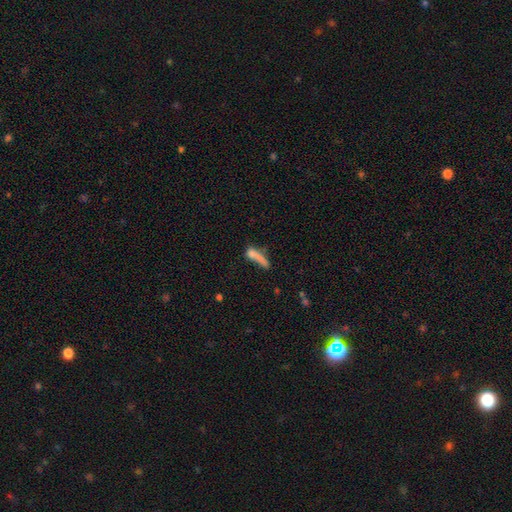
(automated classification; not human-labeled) Q: Smooth or featured?
A: smooth (66%); runner-up: featured or disk (23%)
Q: How rounded?
A: cigar-shaped (69%); runner-up: in between (27%)
Q: Merging?
A: none (33%); runner-up: merger (24%)